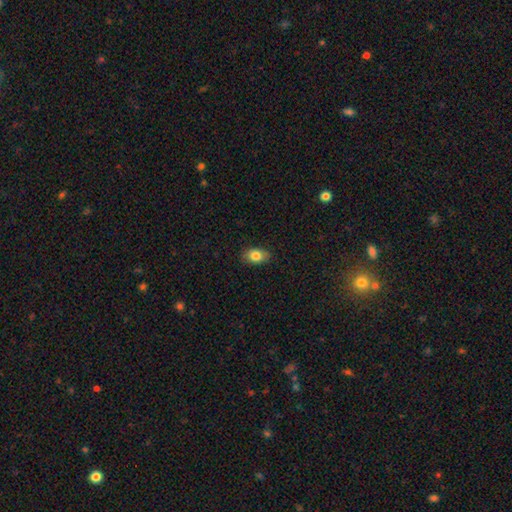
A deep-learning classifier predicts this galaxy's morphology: type=smooth (83%); roundness=in between (85%); merging=none (86%).